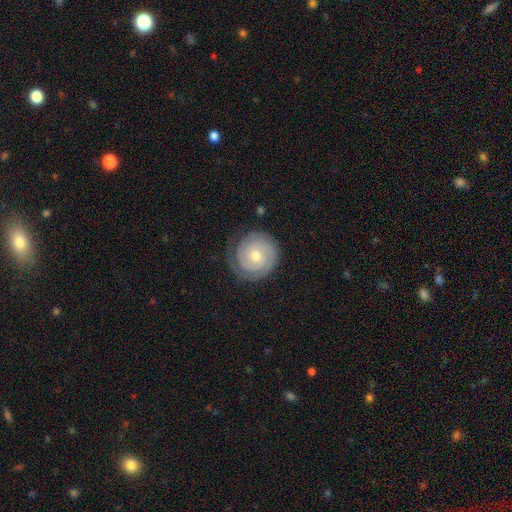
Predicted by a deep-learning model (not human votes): Overall: featured or disk (79%). Edge-on disk: no (98%). Bar: no (77%). Spiral arms: yes (95%). Spiral arm count: 2 (46%; can't tell 23%). Spiral winding: tight (84%). Bulge size: moderate (57%; small 40%). Merging: none (80%).